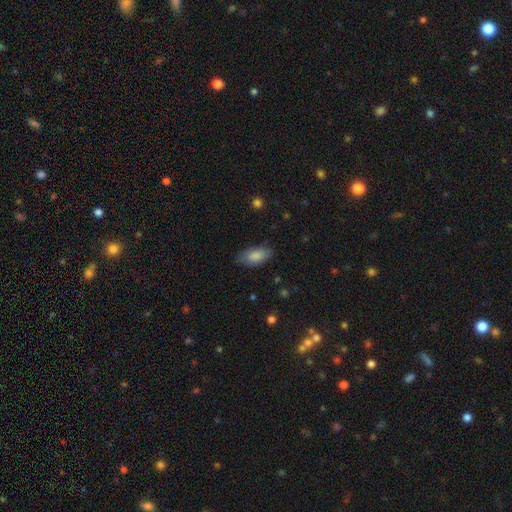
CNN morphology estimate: smooth 86%, featured or disk 8%, star or artifact 6%. Down the decision tree: how rounded — in between (91%); merging — none (78%).